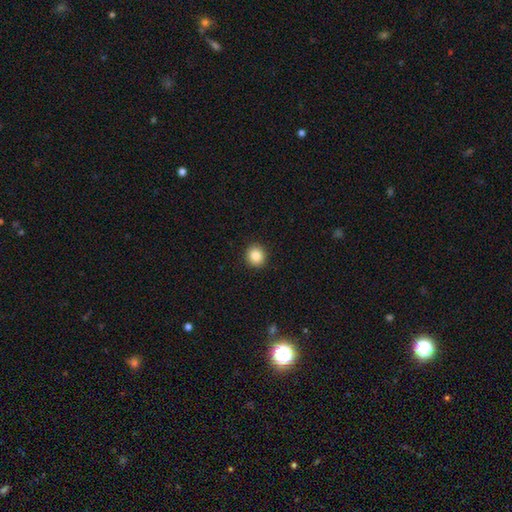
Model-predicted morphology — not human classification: This appears to be a smooth galaxy with no disk features (86%) that is round (85%). Merging: none (92%).